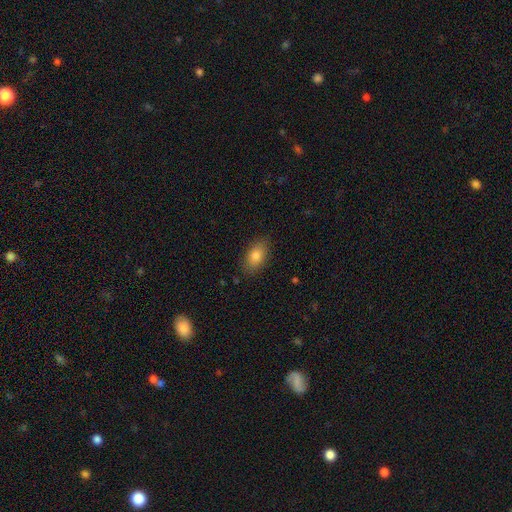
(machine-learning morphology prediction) smooth 81%, featured or disk 11%, star or artifact 8%. Down the decision tree: how rounded — in between (89%); merging — none (85%).